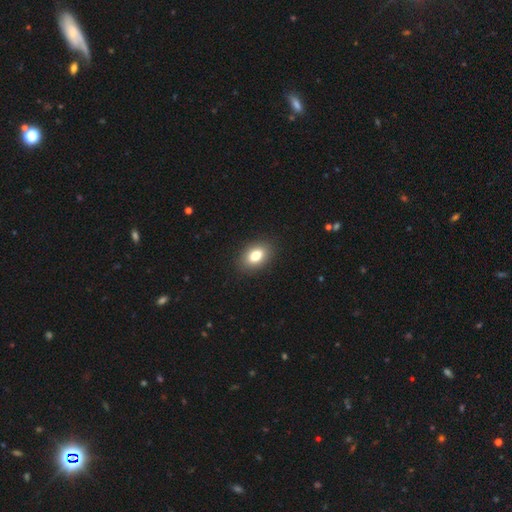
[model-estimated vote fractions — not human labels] Q: Smooth or featured?
A: smooth (80%); runner-up: featured or disk (11%)
Q: How rounded?
A: in between (83%); runner-up: round (16%)
Q: Merging?
A: none (90%); runner-up: minor disturbance (7%)